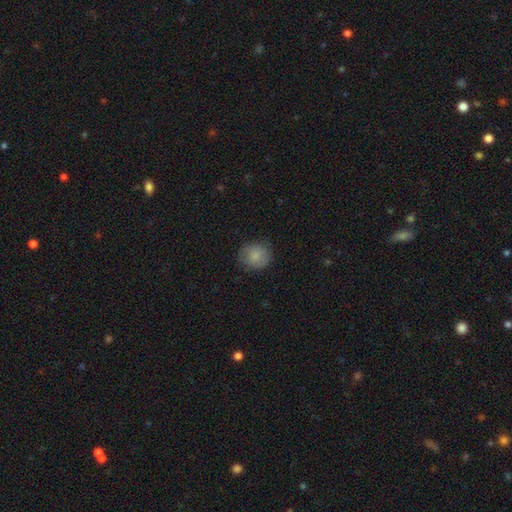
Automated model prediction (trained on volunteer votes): Morphology: type=smooth (78%); roundness=round (79%); merging=none (76%).